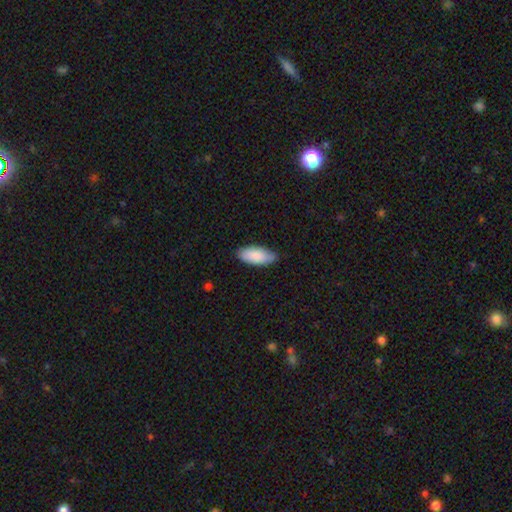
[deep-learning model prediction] Overall: smooth (87%). How rounded: in between (87%). Merging: none (81%).